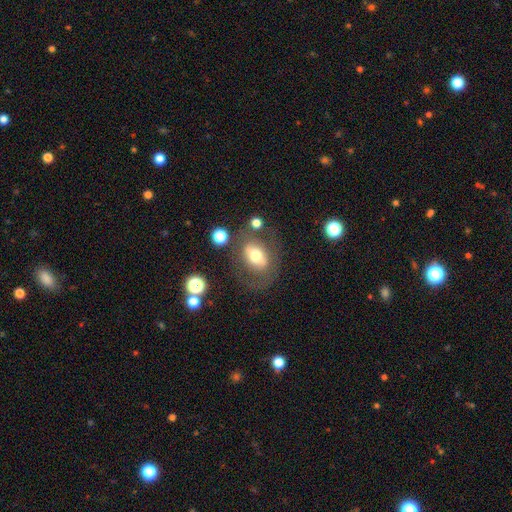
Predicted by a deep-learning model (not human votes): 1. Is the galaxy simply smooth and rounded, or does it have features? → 55% smooth, 36% featured or disk, 10% star or artifact.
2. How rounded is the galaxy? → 68% in between, 31% round, 2% cigar-shaped.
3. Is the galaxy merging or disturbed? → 64% none, 16% minor disturbance, 14% major disturbance, 6% merger.